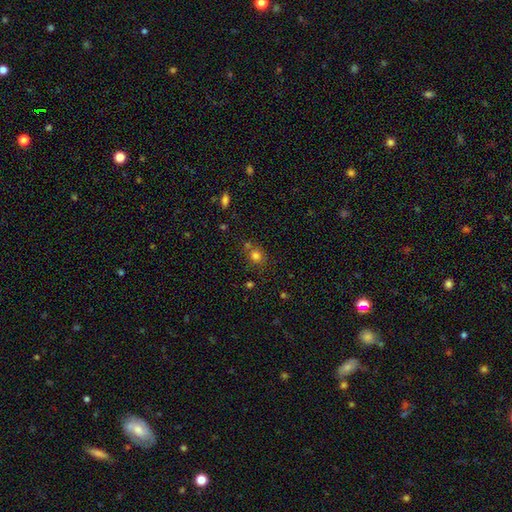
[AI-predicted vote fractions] Overall: smooth (76%). How rounded: round (78%). Merging: none (64%).